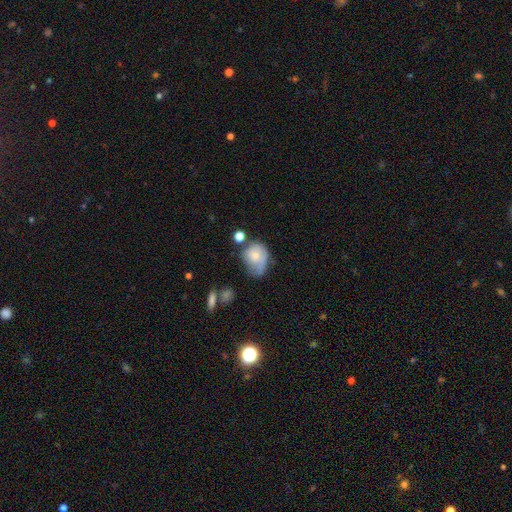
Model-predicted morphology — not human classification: A smooth galaxy with no disk features (66%) that is round (51%).

Vote fractions:
- Smooth or featured? smooth: 66% / featured or disk: 25% / star or artifact: 9%
- How rounded? round: 51% / in between: 48% / cigar-shaped: 1%
- Merging? minor disturbance: 37% / none: 28% / major disturbance: 25% / merger: 10%